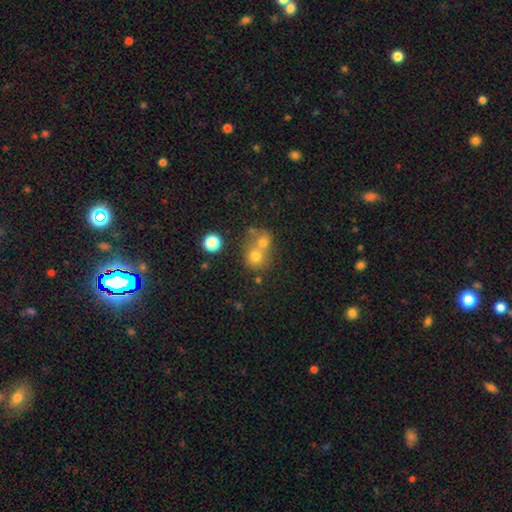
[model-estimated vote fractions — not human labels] Morphology: type=smooth (65%); roundness=round (80%); merging=merger (55%).